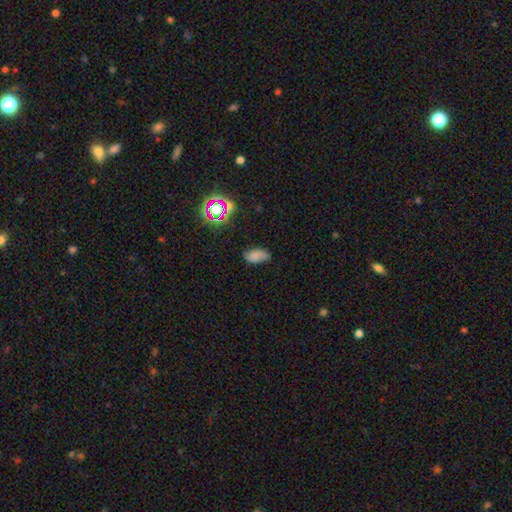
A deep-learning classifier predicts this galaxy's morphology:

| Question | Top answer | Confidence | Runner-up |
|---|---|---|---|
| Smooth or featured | smooth | 73% | star or artifact (17%) |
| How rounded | in between | 92% | round (5%) |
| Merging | none | 67% | minor disturbance (25%) |